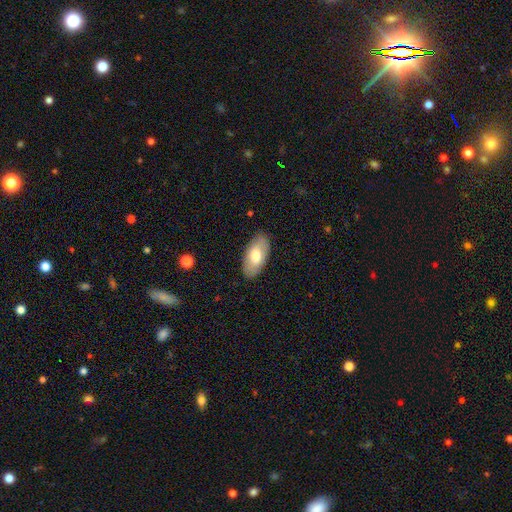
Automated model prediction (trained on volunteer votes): smooth-or-featured: smooth: 72% | featured or disk: 22% | star or artifact: 6%
  how-rounded: in between: 93% | cigar-shaped: 4% | round: 2%
  merging: none: 86% | minor disturbance: 10% | major disturbance: 2% | merger: 1%